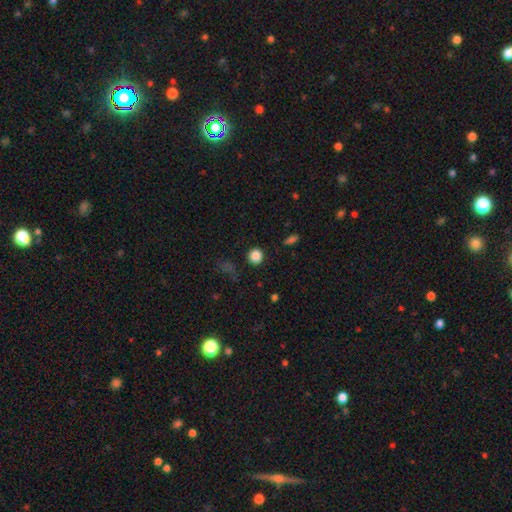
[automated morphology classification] smooth-or-featured: smooth: 85% | star or artifact: 11% | featured or disk: 4%
  how-rounded: round: 92% | in between: 7% | cigar-shaped: 1%
  merging: none: 89% | minor disturbance: 7% | major disturbance: 3% | merger: 2%